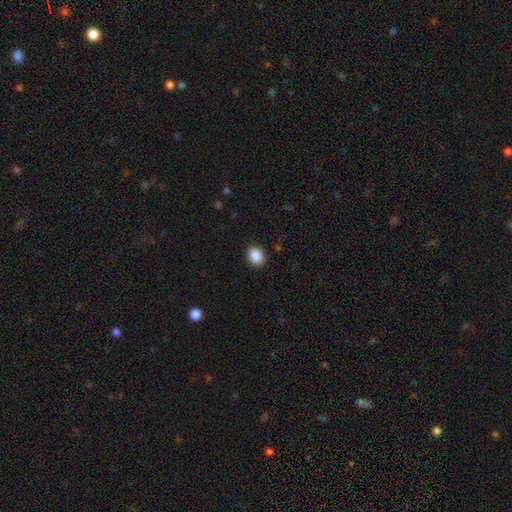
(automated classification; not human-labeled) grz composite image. It shows a smooth galaxy with no disk features (88%) that is round (50%). Merging: none (90%).